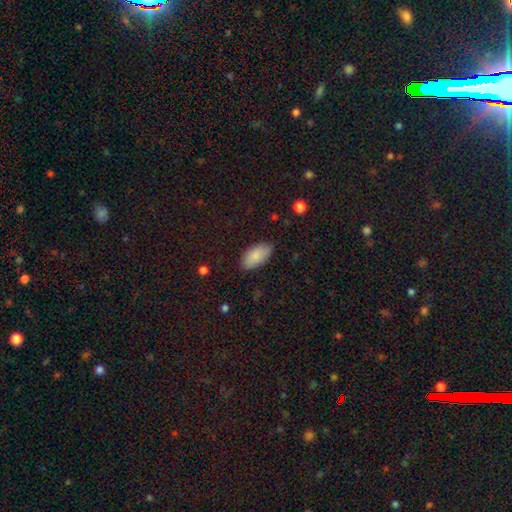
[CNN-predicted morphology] A smooth galaxy with no disk features (85%) that is in between round and cigar-shaped (94%). Merging: none (81%).